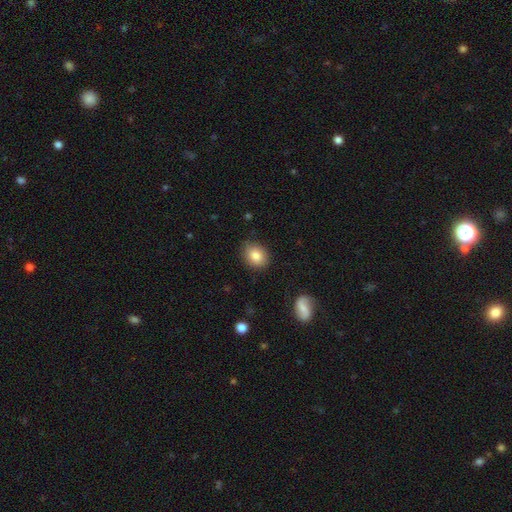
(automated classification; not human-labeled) The model was most divided on "how rounded": round: 52%, in between: 47%, cigar-shaped: 1%. More confident: merging — none (85%); smooth or featured — smooth (84%).